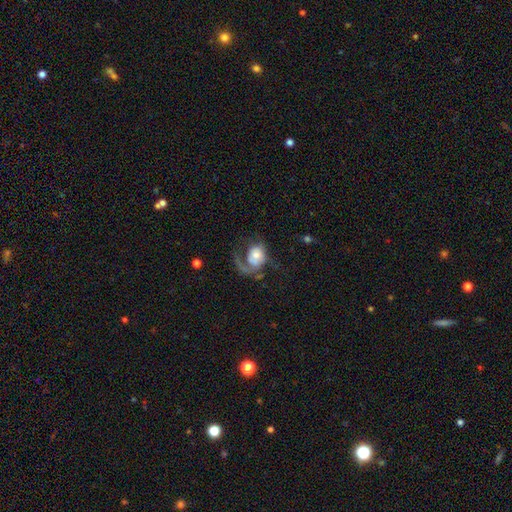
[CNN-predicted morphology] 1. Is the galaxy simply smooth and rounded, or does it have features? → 58% featured or disk, 34% smooth, 8% star or artifact.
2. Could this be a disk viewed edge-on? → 97% no, 3% yes.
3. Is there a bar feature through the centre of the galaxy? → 78% no, 18% weak, 4% strong.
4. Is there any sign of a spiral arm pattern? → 75% yes, 25% no.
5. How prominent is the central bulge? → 50% moderate, 28% small, 15% large, 4% dominant, 4% none.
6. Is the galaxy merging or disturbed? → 49% major disturbance, 30% none, 16% minor disturbance, 5% merger.